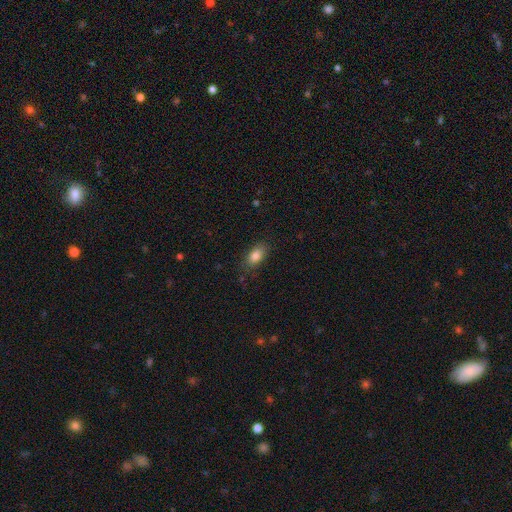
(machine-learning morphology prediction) A smooth galaxy with no disk features (83%) that is in between round and cigar-shaped (88%). Merging: none (82%).